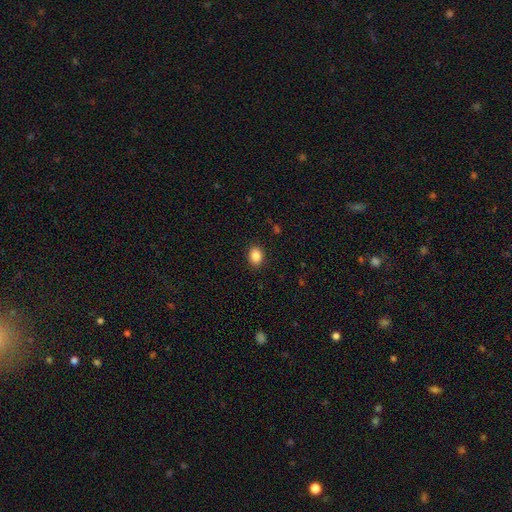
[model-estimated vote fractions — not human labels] Smooth or featured? smooth (87%)
How rounded? in between (61%)
Merging? none (90%)